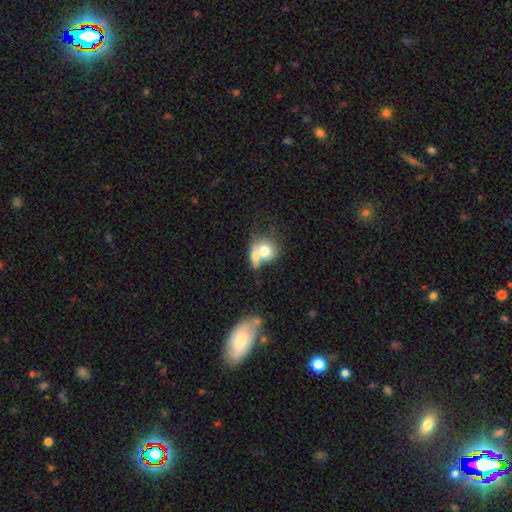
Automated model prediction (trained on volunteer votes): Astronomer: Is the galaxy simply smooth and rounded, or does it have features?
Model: smooth — 70%.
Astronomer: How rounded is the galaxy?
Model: round — 63%.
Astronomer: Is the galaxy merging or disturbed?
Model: merger — 64%.